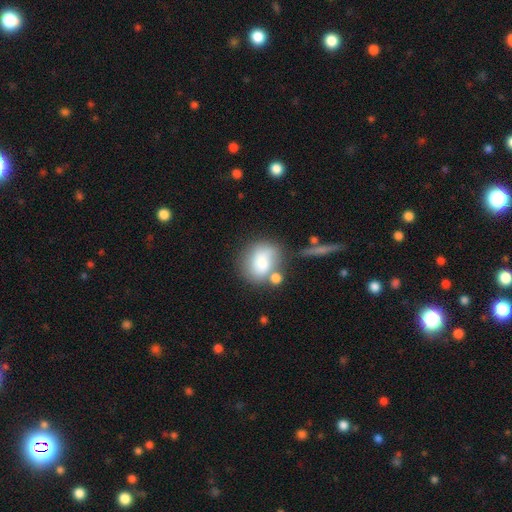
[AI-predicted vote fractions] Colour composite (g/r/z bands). It shows a smooth galaxy with no disk features (70%) that is round (58%). Merging: none (51%).